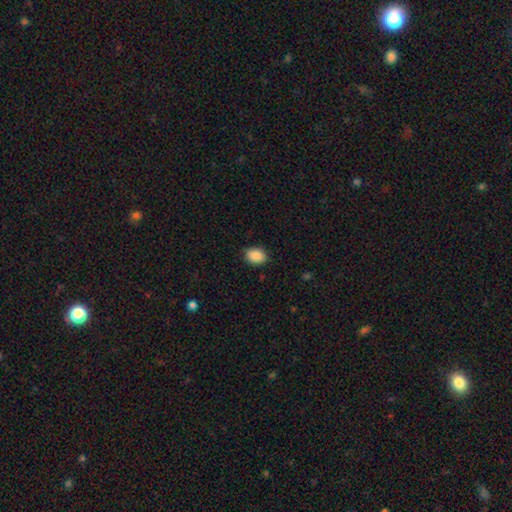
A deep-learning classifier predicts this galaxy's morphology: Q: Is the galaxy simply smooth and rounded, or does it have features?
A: smooth — 89%.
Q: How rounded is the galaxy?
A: in between — 66%.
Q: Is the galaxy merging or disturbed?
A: none — 88%.